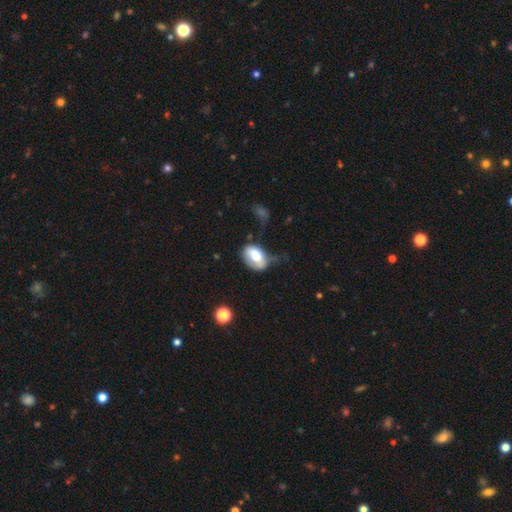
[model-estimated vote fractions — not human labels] Morphology: type=smooth (69%); roundness=in between (83%); merging=minor disturbance (36%).